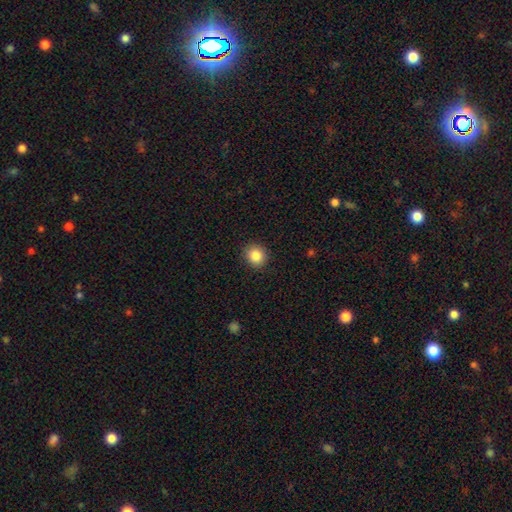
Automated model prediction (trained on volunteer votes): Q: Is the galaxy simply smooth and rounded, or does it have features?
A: smooth — 86%.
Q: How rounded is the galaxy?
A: round — 81%.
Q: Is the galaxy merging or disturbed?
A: none — 90%.